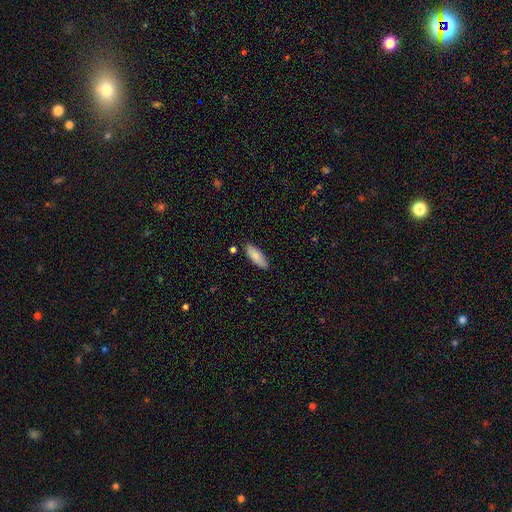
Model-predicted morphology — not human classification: smooth-or-featured: smooth: 84% | featured or disk: 10% | star or artifact: 6%
  how-rounded: in between: 71% | cigar-shaped: 28% | round: 2%
  merging: none: 84% | minor disturbance: 11% | merger: 2% | major disturbance: 2%